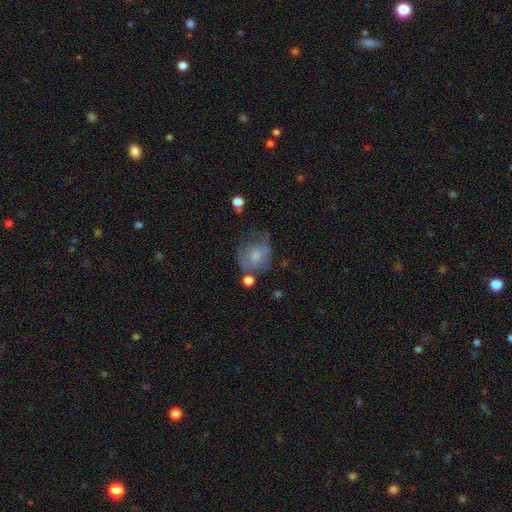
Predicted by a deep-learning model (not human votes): This appears to be a smooth galaxy with no disk features (56%) that is round (59%). Merging: none (37%).